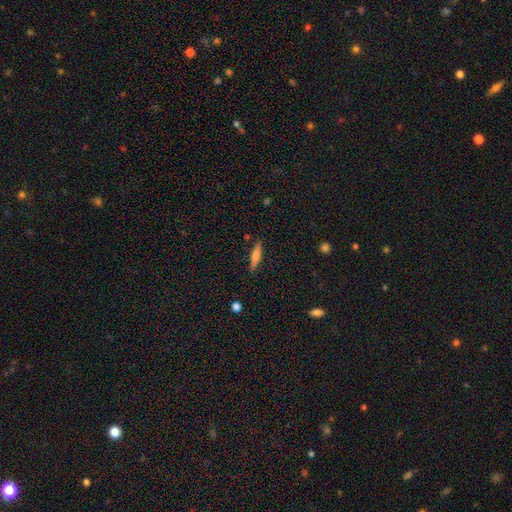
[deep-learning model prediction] Smooth or featured? Predicted: smooth (p=0.59). How rounded? Predicted: cigar-shaped (p=0.82). Merging? Predicted: none (p=0.88).